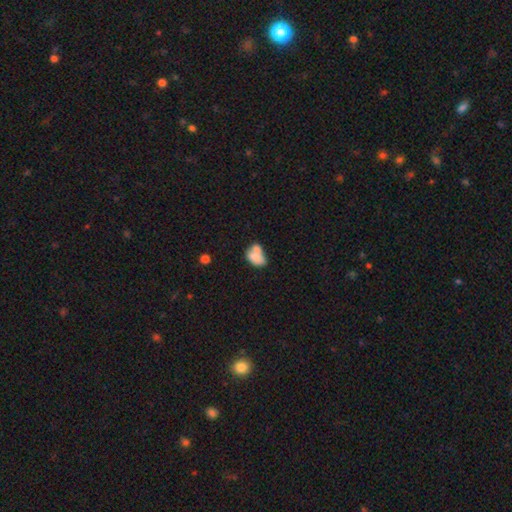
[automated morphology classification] A smooth galaxy with no disk features (70%) that is in between round and cigar-shaped (82%). Merging: merger (50%).